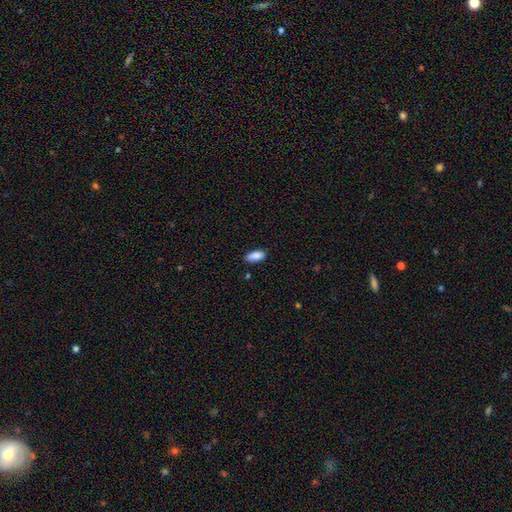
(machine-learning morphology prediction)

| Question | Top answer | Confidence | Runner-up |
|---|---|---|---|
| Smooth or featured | smooth | 89% | star or artifact (7%) |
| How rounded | in between | 86% | cigar-shaped (12%) |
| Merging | none | 83% | minor disturbance (13%) |